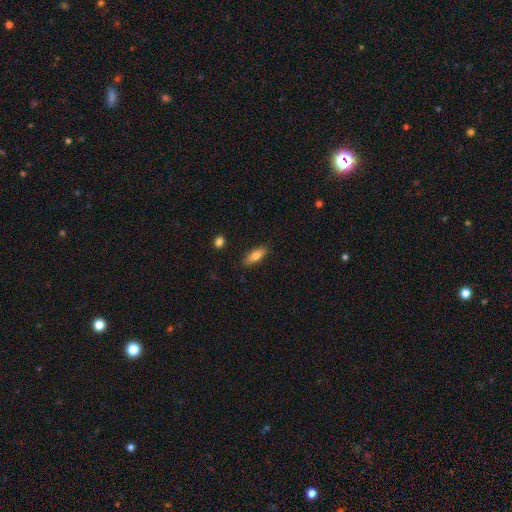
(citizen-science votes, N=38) A smooth galaxy with no disk features (76%) that is in between round and cigar-shaped (76%).

Vote fractions:
- Smooth or featured? smooth: 76% / featured or disk: 18% / star or artifact: 5%
- How rounded? in between: 76% / cigar-shaped: 24% / round: 0%
- Merging? none: 83% / minor disturbance: 8% / major disturbance: 8% / merger: 0%